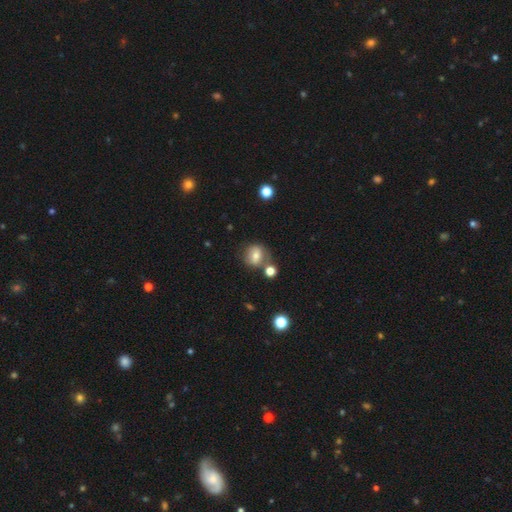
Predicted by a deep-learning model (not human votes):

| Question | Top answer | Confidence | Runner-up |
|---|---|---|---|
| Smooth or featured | smooth | 67% | featured or disk (21%) |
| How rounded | round | 74% | in between (25%) |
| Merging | none | 60% | merger (19%) |